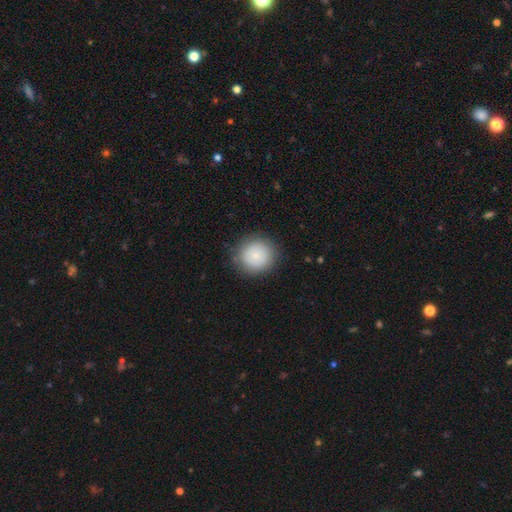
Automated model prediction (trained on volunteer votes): Smooth or featured: smooth — 79% (featured or disk — 12%)
How rounded: round — 92% (in between — 7%)
Merging: none — 86% (minor disturbance — 9%)